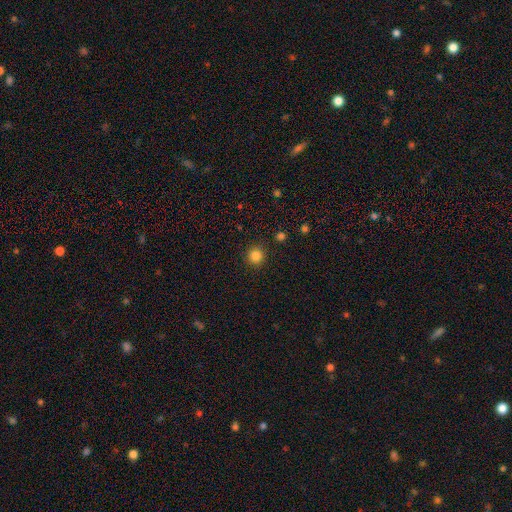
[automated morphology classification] A smooth galaxy with no disk features (84%) that is round (94%). Merging: none (90%).